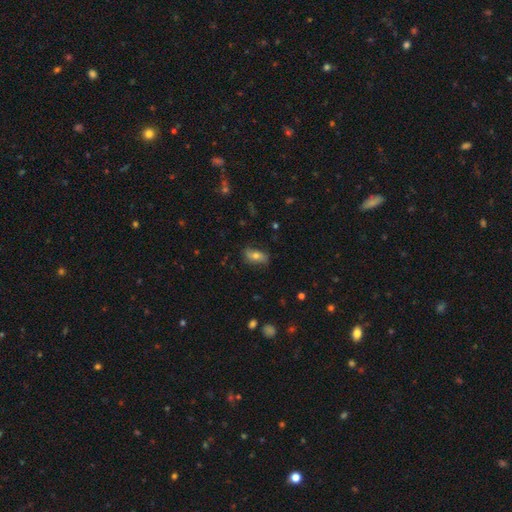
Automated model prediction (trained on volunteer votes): The model was most divided on "smooth or featured": smooth: 62%, featured or disk: 29%, star or artifact: 9%. More confident: how rounded — in between (85%); merging — none (76%).